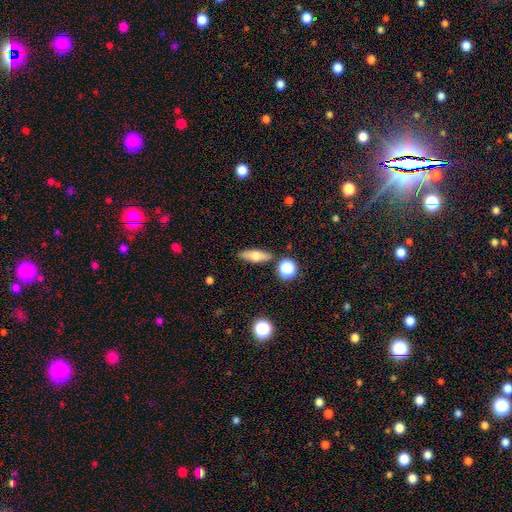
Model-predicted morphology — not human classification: Overall: smooth (59%; featured or disk 32%). How rounded: in between (54%; cigar-shaped 40%). Merging: none (84%).